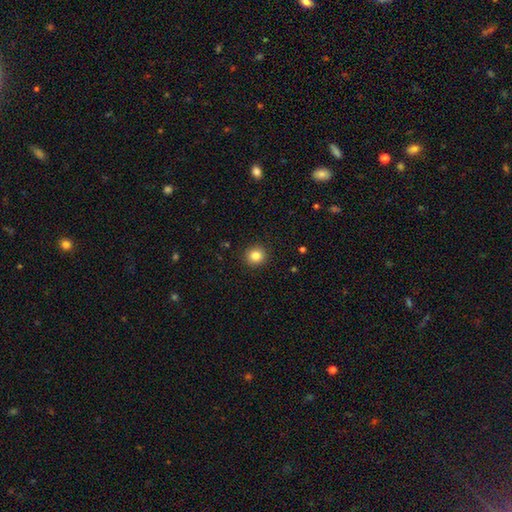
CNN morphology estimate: Smooth or featured? Predicted: smooth (p=0.84). How rounded? Predicted: round (p=0.92). Merging? Predicted: none (p=0.92).